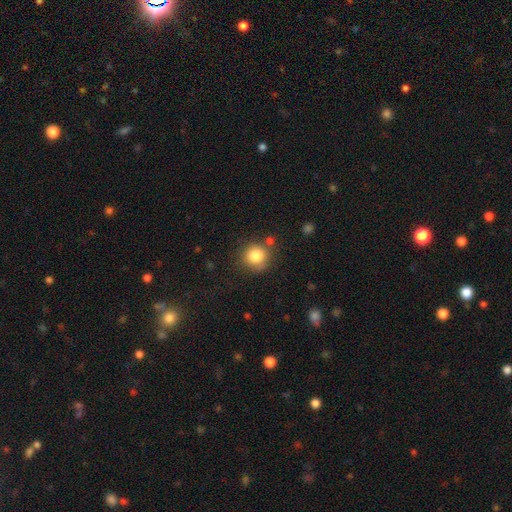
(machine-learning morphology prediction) Smooth or featured?
  - smooth: 83% *
  - star or artifact: 10%
  - featured or disk: 7%
How rounded?
  - round: 90% *
  - in between: 9%
  - cigar-shaped: 1%
Merging?
  - none: 76% *
  - minor disturbance: 13%
  - merger: 6%
  - major disturbance: 4%